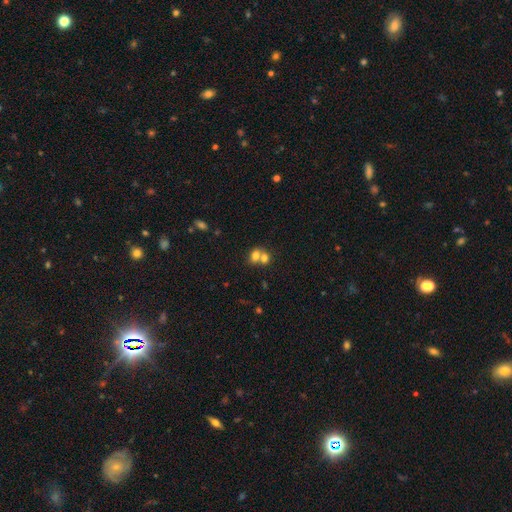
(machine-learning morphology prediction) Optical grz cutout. It shows a smooth galaxy with no disk features (72%) that is round (56%). Merging: merger (62%).